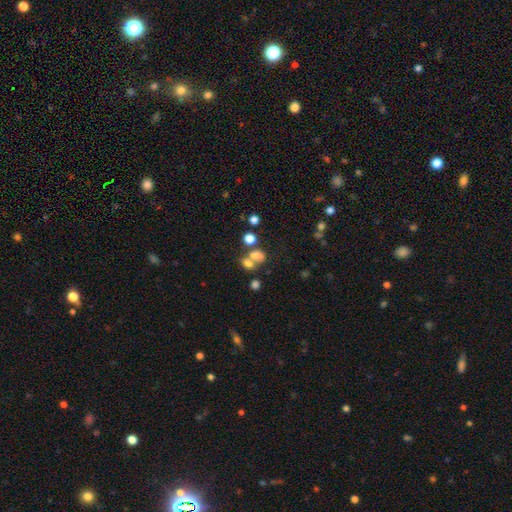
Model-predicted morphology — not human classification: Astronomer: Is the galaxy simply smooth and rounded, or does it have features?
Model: smooth — 67%.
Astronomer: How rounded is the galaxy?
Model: in between — 61% (runner-up: round, 37%).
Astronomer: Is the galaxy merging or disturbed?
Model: merger — 51% (runner-up: none, 31%).